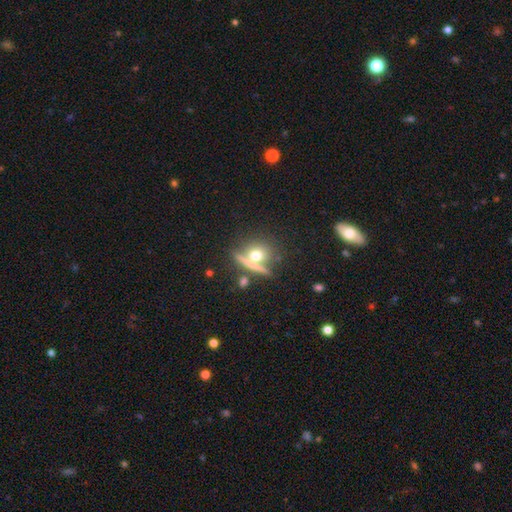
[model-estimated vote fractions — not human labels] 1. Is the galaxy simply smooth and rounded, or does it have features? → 63% smooth, 25% featured or disk, 13% star or artifact.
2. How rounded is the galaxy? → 75% round, 18% in between, 8% cigar-shaped.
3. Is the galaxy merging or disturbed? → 55% none, 25% merger, 12% minor disturbance, 8% major disturbance.